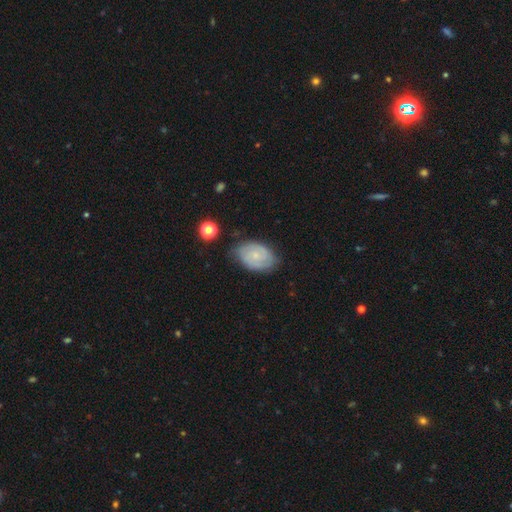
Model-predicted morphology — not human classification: smooth-or-featured: featured or disk: 48% | smooth: 44% | star or artifact: 7%
  merging: none: 69% | minor disturbance: 24% | major disturbance: 5% | merger: 2%